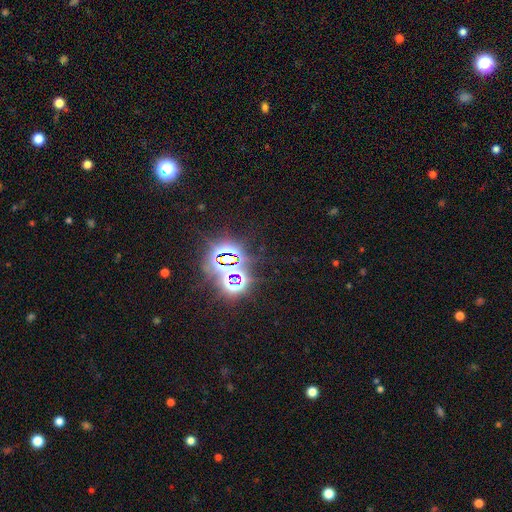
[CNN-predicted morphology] type=star or artifact (75%).